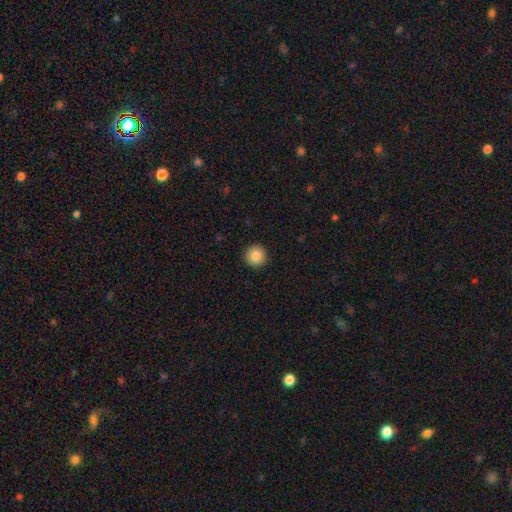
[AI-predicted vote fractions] Overall: smooth (86%). How rounded: round (96%). Merging: none (93%).